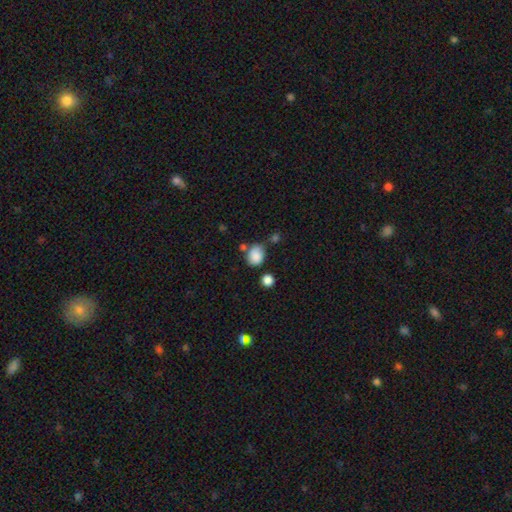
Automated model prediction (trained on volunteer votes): A smooth galaxy with no disk features (85%) that is in between round and cigar-shaped (51%). Merging: none (59%).